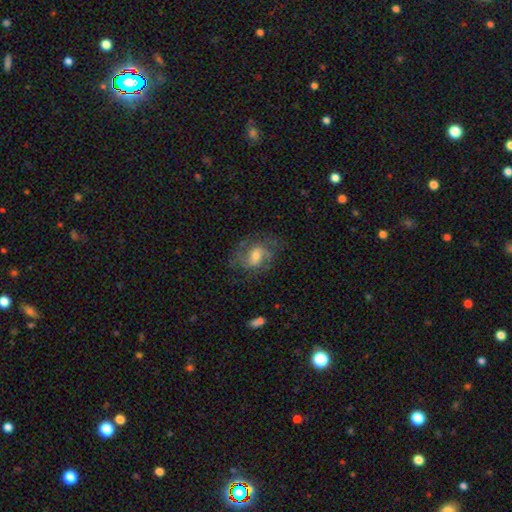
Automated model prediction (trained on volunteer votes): Smooth or featured? Predicted: featured or disk (p=0.65). Edge-on disk? Predicted: no (p=0.97). Bar? Predicted: no (p=0.47). Spiral arms? Predicted: yes (p=0.84). Spiral winding? Predicted: medium (p=0.48). Spiral arm count? Predicted: 2 (p=0.53). Bulge size? Predicted: moderate (p=0.55). Merging? Predicted: none (p=0.61).